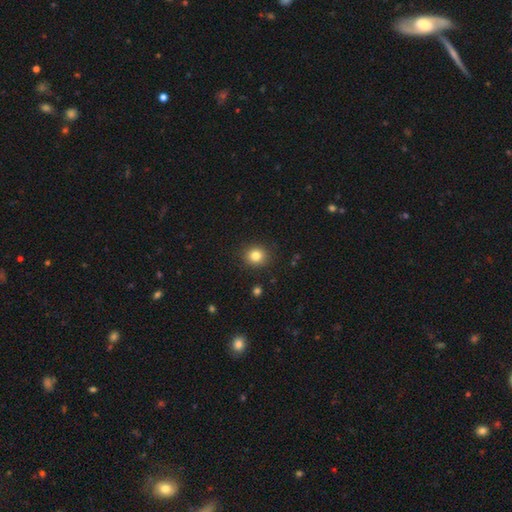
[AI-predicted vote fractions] This is clearly a smooth galaxy (81%). How rounded: clearly round (85%). Merging: clearly none (90%).